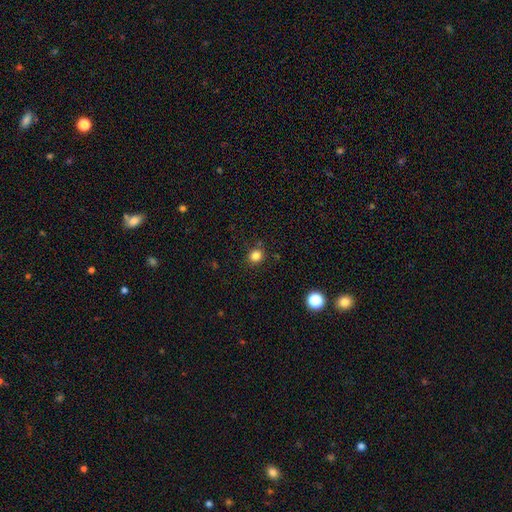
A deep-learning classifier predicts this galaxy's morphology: Smooth or featured?
  - smooth: 83% *
  - star or artifact: 13%
  - featured or disk: 4%
How rounded?
  - round: 82% *
  - in between: 17%
  - cigar-shaped: 1%
Merging?
  - none: 86% *
  - minor disturbance: 9%
  - merger: 3%
  - major disturbance: 3%